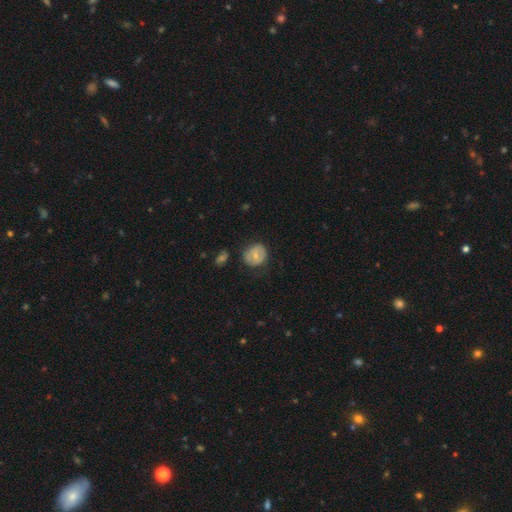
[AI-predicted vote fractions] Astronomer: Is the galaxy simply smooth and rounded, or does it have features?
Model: smooth — 58% (runner-up: featured or disk, 34%).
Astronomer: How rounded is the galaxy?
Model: round — 74%.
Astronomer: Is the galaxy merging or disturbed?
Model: none — 68%.